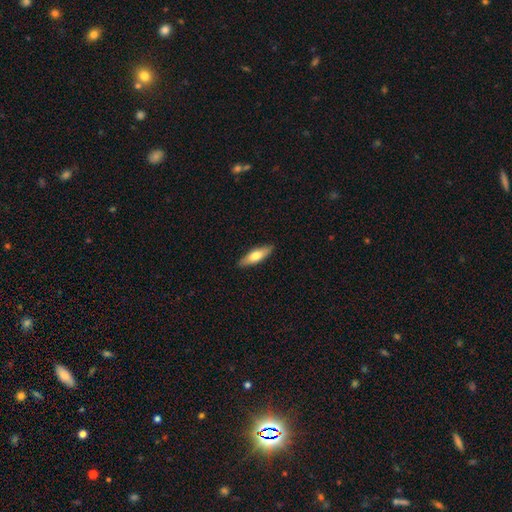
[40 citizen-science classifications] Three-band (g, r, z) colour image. It shows a smooth galaxy with no disk features (52%) that is cigar-shaped (62%). Merging: none (86%).